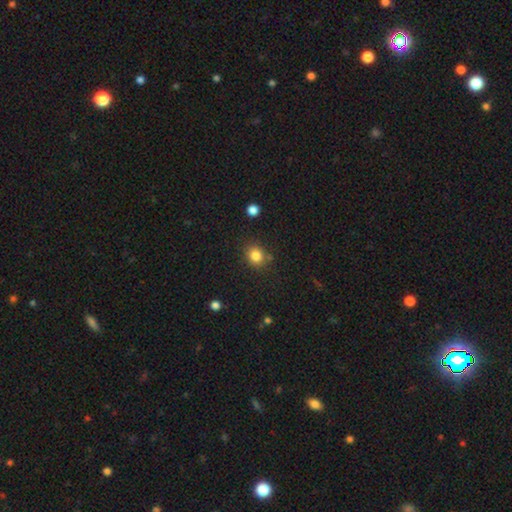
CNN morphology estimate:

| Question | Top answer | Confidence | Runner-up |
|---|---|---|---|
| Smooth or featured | smooth | 84% | star or artifact (11%) |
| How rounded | round | 72% | in between (27%) |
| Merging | none | 81% | minor disturbance (11%) |